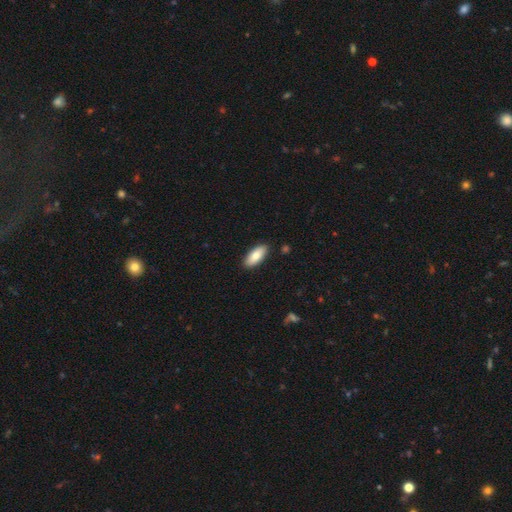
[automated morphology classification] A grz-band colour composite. It shows a smooth galaxy with no disk features (81%) that is in between round and cigar-shaped (84%). Merging: none (89%).